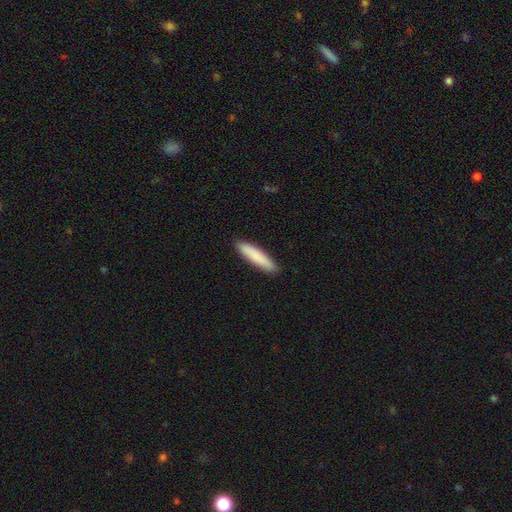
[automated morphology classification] Smooth or featured?
  - smooth: 85% *
  - featured or disk: 9%
  - star or artifact: 5%
How rounded?
  - cigar-shaped: 86% *
  - in between: 13%
  - round: 1%
Merging?
  - none: 91% *
  - minor disturbance: 7%
  - major disturbance: 1%
  - merger: 1%